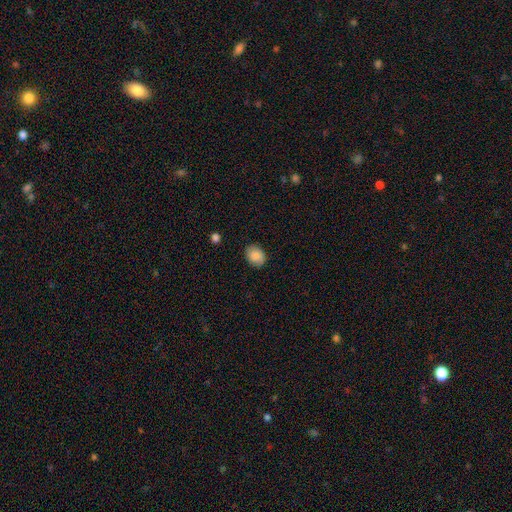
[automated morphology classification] Smooth or featured: smooth — 86% (star or artifact — 8%)
How rounded: in between — 57% (round — 42%)
Merging: none — 85% (minor disturbance — 12%)